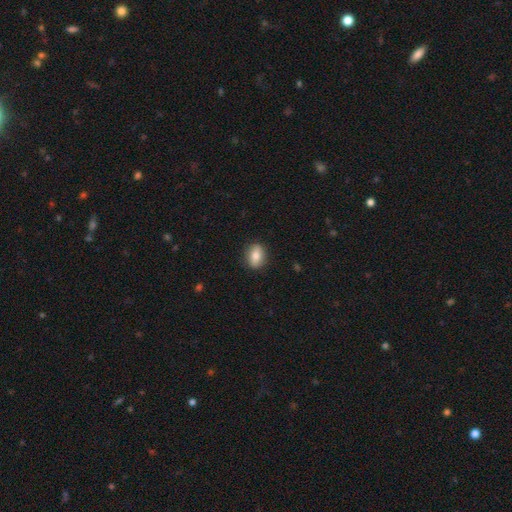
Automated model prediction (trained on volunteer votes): Smooth or featured? smooth (78%)
How rounded? in between (73%)
Merging? none (87%)